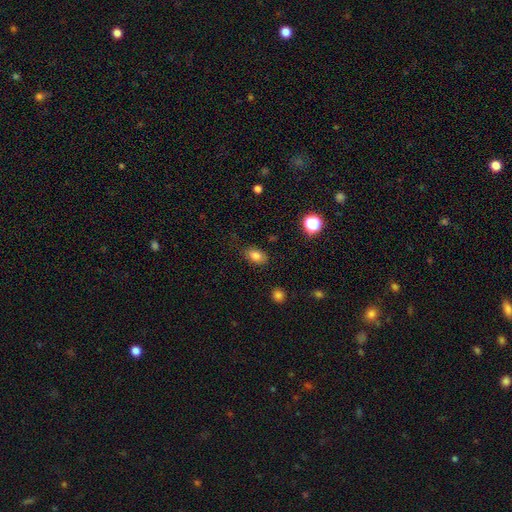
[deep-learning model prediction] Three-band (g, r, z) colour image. It shows a smooth galaxy with no disk features (80%) that is in between round and cigar-shaped (81%). Merging: none (83%).